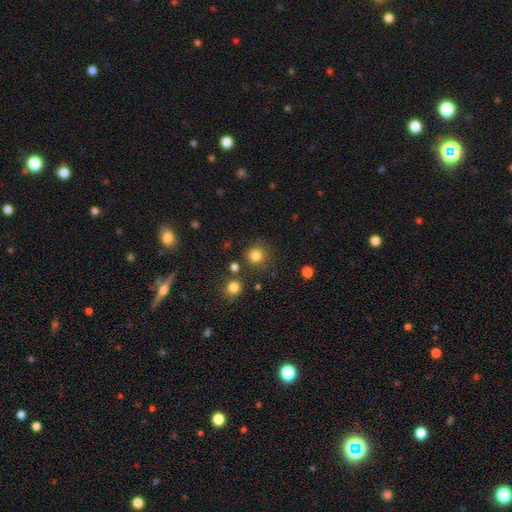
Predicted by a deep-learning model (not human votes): smooth 82%, star or artifact 13%, featured or disk 5%. Down the decision tree: how rounded — round (93%); merging — none (82%).